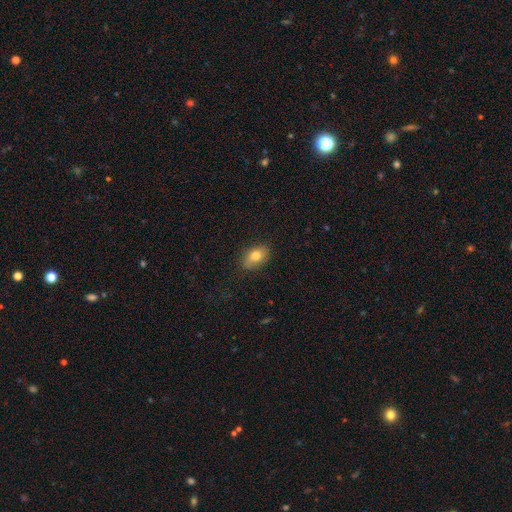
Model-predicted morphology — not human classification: Smooth or featured? Predicted: smooth (p=0.78). How rounded? Predicted: in between (p=0.84). Merging? Predicted: none (p=0.81).